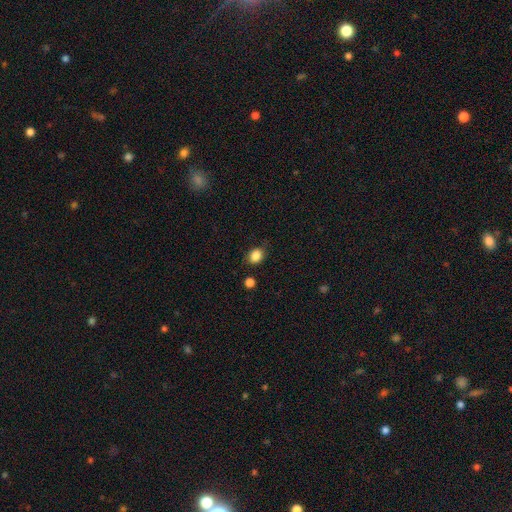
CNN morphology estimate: Smooth or featured? Predicted: smooth (p=0.85). How rounded? Predicted: in between (p=0.52). Merging? Predicted: none (p=0.76).